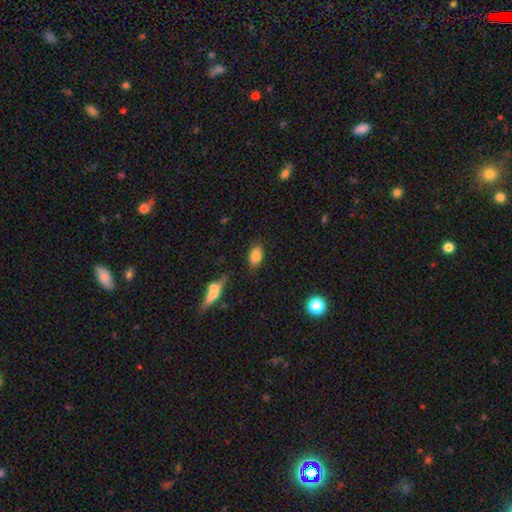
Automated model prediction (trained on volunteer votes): This is clearly a smooth galaxy (83%). How rounded: clearly in between (88%). Merging: clearly none (81%).